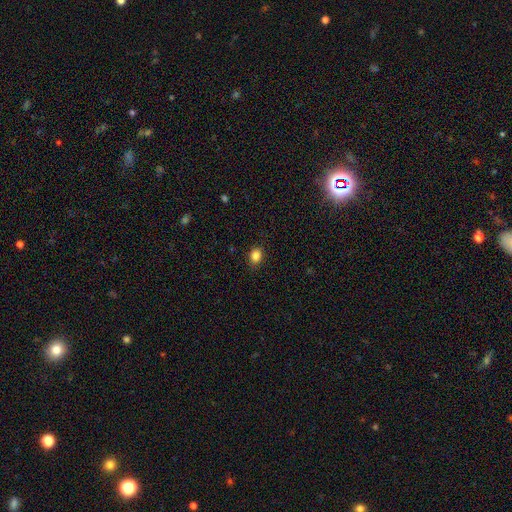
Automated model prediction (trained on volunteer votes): Overall: smooth (85%). How rounded: in between (52%; round 47%). Merging: none (87%).